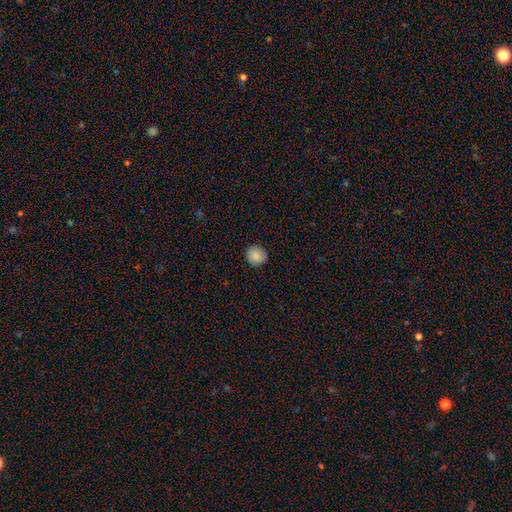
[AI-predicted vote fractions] Overall: smooth (88%). How rounded: round (91%). Merging: none (90%).